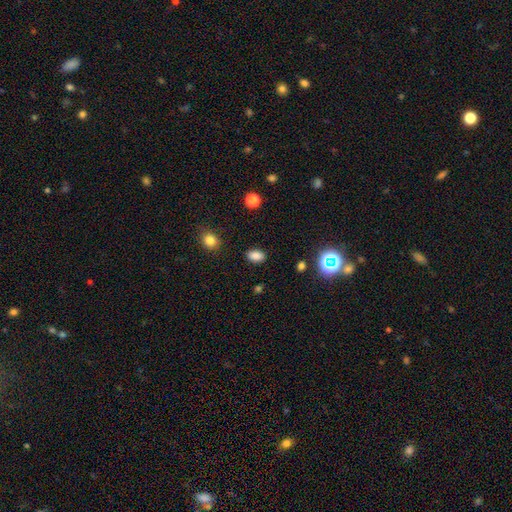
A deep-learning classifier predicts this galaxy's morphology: Smooth or featured? Predicted: smooth (p=0.84). How rounded? Predicted: in between (p=0.86). Merging? Predicted: none (p=0.87).